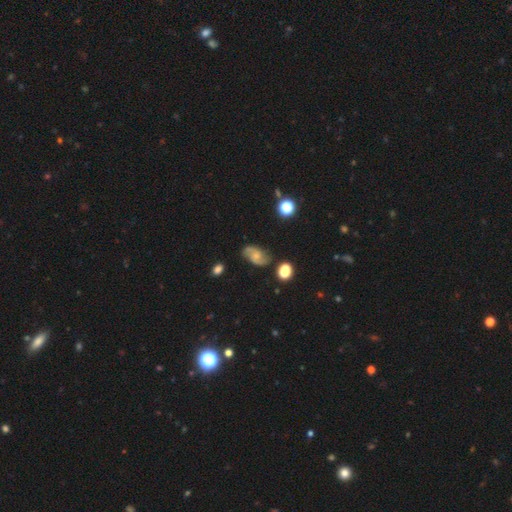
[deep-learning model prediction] This appears to be a featured or disk galaxy (68%) with no bar (58%), 2 (89%) medium (45%) spiral arms (93%) and a small central bulge (52%). Merging: none (75%).